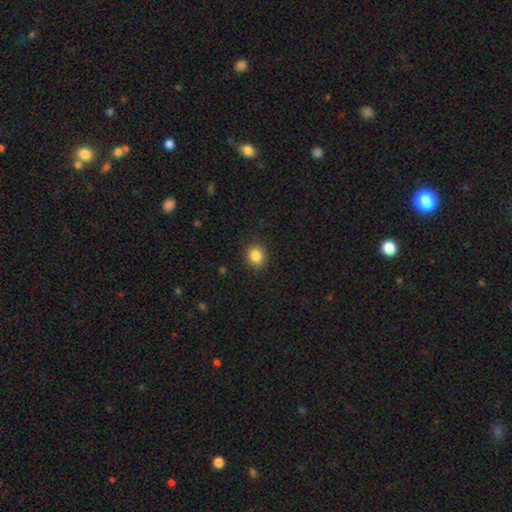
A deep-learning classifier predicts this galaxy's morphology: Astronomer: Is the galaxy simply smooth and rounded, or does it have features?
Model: smooth — 85%.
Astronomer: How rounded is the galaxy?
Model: round — 82%.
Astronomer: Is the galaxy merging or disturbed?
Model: none — 88%.